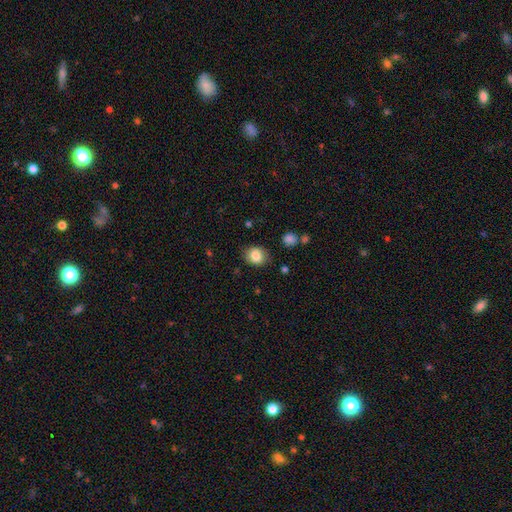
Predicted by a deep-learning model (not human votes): A smooth galaxy with no disk features (83%) that is round (52%). Merging: none (82%).